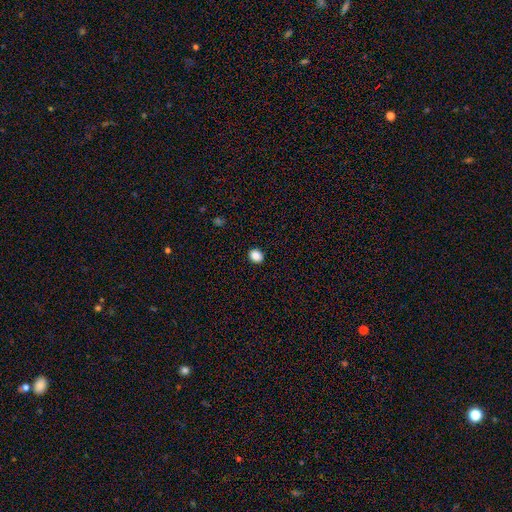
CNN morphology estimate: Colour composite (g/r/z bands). It shows a smooth galaxy with no disk features (87%) that is round (64%). Merging: none (92%).